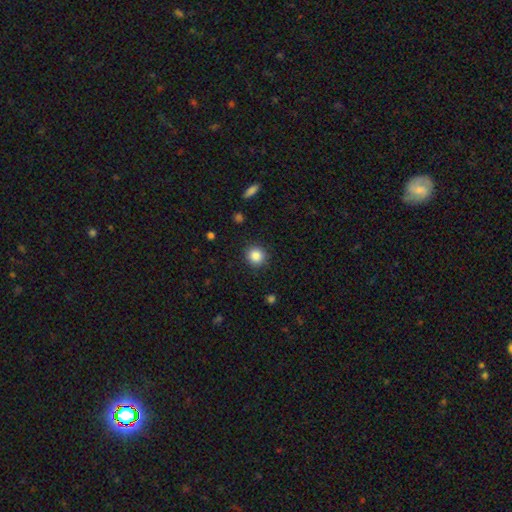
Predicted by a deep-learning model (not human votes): smooth-or-featured: smooth: 86% | star or artifact: 10% | featured or disk: 4%
  how-rounded: round: 91% | in between: 8% | cigar-shaped: 1%
  merging: none: 89% | minor disturbance: 7% | major disturbance: 2% | merger: 1%